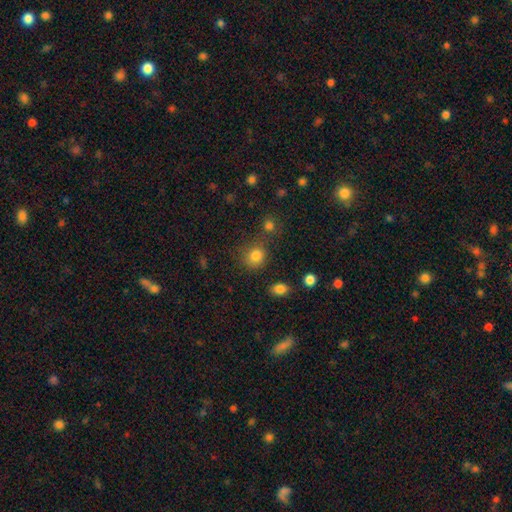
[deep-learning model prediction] smooth-or-featured: smooth: 82% | star or artifact: 13% | featured or disk: 6%
  how-rounded: round: 82% | in between: 17% | cigar-shaped: 1%
  merging: none: 71% | minor disturbance: 13% | merger: 11% | major disturbance: 5%